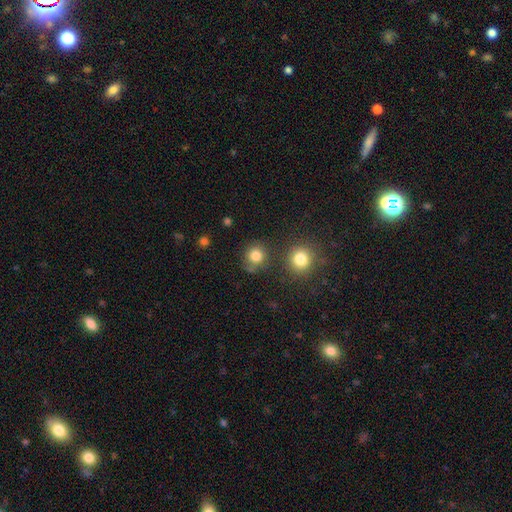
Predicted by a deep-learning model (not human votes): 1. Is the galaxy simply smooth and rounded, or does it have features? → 82% smooth, 12% star or artifact, 6% featured or disk.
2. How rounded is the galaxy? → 91% round, 8% in between, 1% cigar-shaped.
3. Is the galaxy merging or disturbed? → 75% none, 11% minor disturbance, 10% merger, 5% major disturbance.